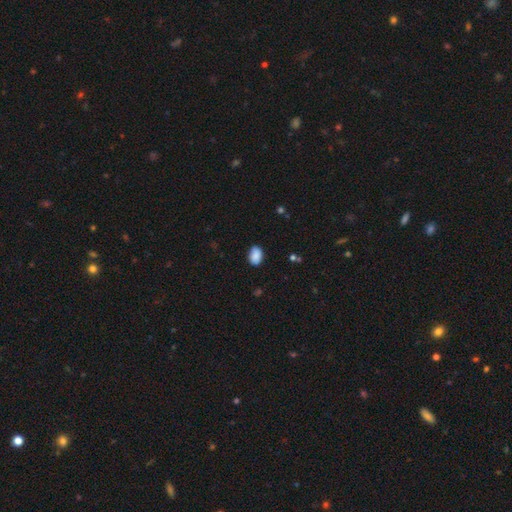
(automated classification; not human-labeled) Smooth or featured?
  - smooth: 87% *
  - star or artifact: 8%
  - featured or disk: 5%
How rounded?
  - in between: 81% *
  - round: 18%
  - cigar-shaped: 1%
Merging?
  - none: 82% *
  - minor disturbance: 14%
  - major disturbance: 3%
  - merger: 1%